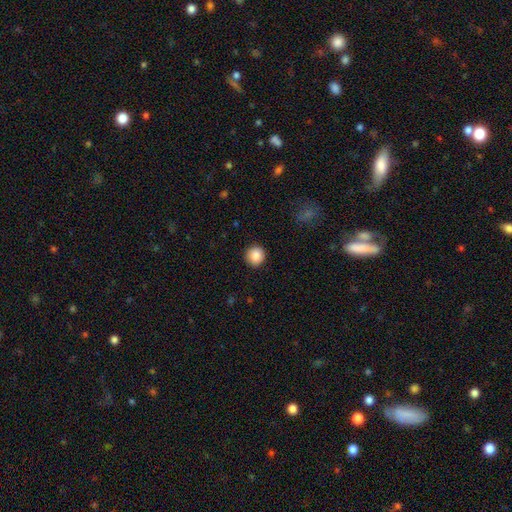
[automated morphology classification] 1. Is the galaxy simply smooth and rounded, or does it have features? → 87% smooth, 9% star or artifact, 5% featured or disk.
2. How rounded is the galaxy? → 94% round, 6% in between, 1% cigar-shaped.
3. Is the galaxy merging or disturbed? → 92% none, 5% minor disturbance, 2% major disturbance, 1% merger.